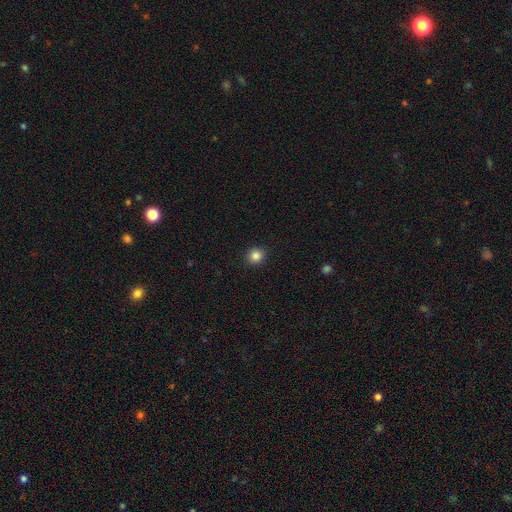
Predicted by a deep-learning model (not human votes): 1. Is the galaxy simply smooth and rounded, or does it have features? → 85% smooth, 11% star or artifact, 4% featured or disk.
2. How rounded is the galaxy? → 89% round, 10% in between, 1% cigar-shaped.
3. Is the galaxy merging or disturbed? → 91% none, 6% minor disturbance, 2% major disturbance, 1% merger.